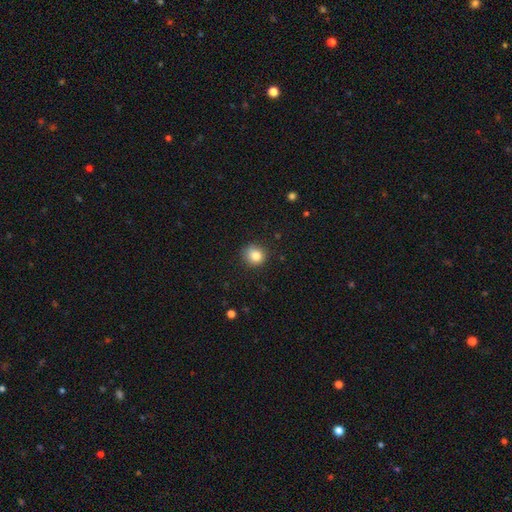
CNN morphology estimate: smooth_or_featured: smooth (p=0.83) [alt: star or artifact p=0.11]
how_rounded: round (p=0.86) [alt: in between p=0.13]
merging: none (p=0.82) [alt: minor disturbance p=0.14]